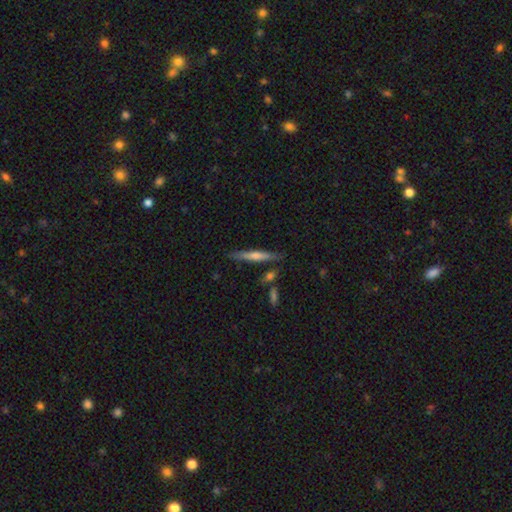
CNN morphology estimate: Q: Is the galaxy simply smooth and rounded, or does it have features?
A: featured or disk — 51%.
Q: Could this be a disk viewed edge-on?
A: yes — 96%.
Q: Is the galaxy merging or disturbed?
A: none — 85%.